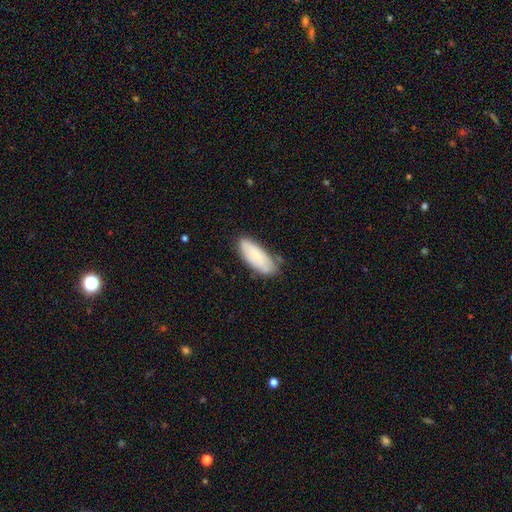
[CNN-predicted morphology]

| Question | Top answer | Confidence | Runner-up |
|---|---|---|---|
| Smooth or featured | smooth | 76% | featured or disk (18%) |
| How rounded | in between | 74% | cigar-shaped (25%) |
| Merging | none | 71% | minor disturbance (22%) |